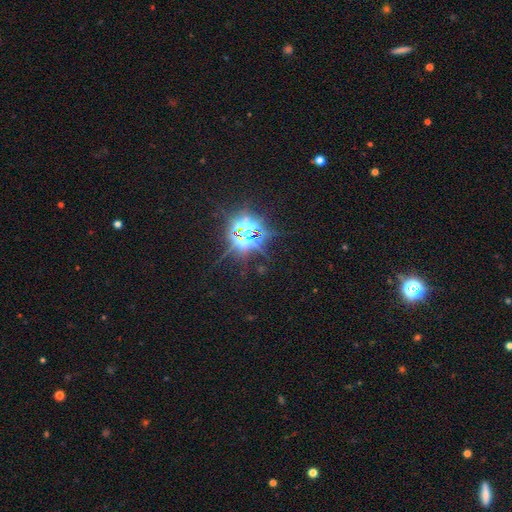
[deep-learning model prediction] This is clearly a star or artifact rather than a galaxy (82%).